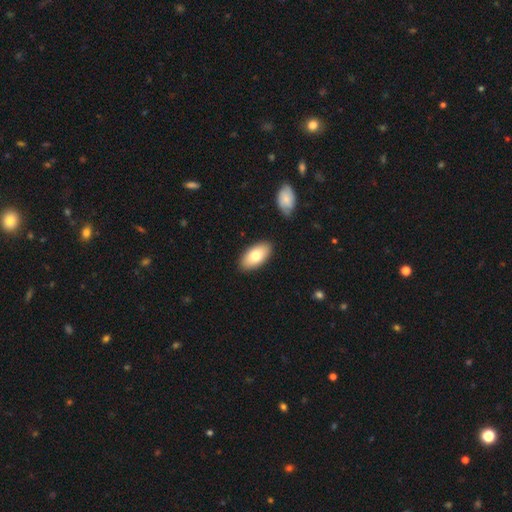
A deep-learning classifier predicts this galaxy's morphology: Smooth or featured: smooth — 75% (featured or disk — 19%)
How rounded: in between — 93% (cigar-shaped — 3%)
Merging: none — 87% (minor disturbance — 9%)